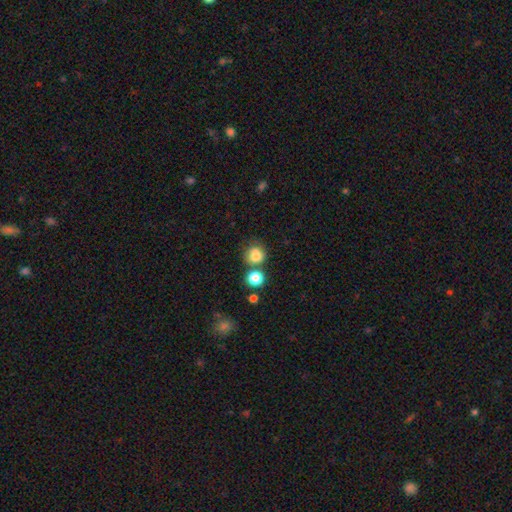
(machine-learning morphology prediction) type=smooth (82%); roundness=round (84%); merging=none (60%).